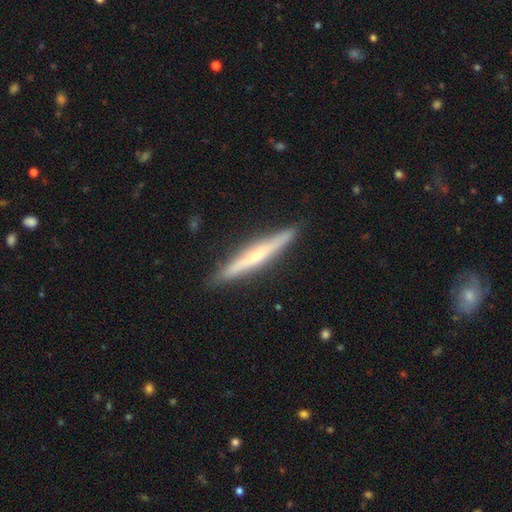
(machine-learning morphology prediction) Smooth or featured? featured or disk (63%)
Edge-on disk? yes (96%)
Edge-on bulge? rounded (65%)
Merging? none (90%)